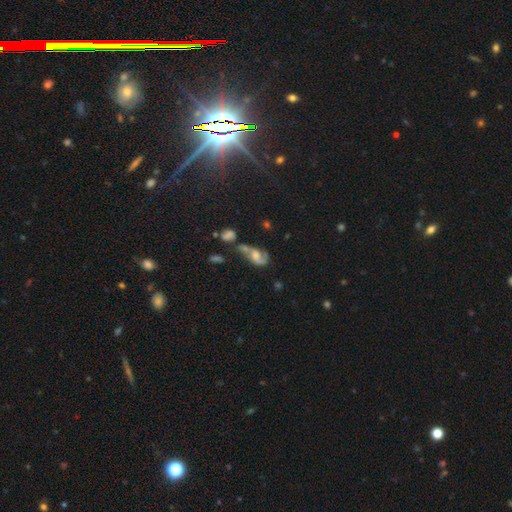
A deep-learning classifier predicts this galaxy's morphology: smooth-or-featured: featured or disk: 65% | smooth: 24% | star or artifact: 11%
  disk-edge-on: no: 95% | yes: 5%
    bar: no: 60% | weak: 33% | strong: 8%
    has-spiral-arms: yes: 85% | no: 15%
      spiral-winding: loose: 57% | medium: 33% | tight: 10%
      spiral-arm-count: 2: 79% | 1: 12% | can't tell: 6% | 3: 1% | 4: 1% | more than 4: 1%
    bulge-size: moderate: 43% | small: 20% | large: 20% | none: 14% | dominant: 3%
  merging: none: 33% | merger: 30% | major disturbance: 18% | minor disturbance: 18%